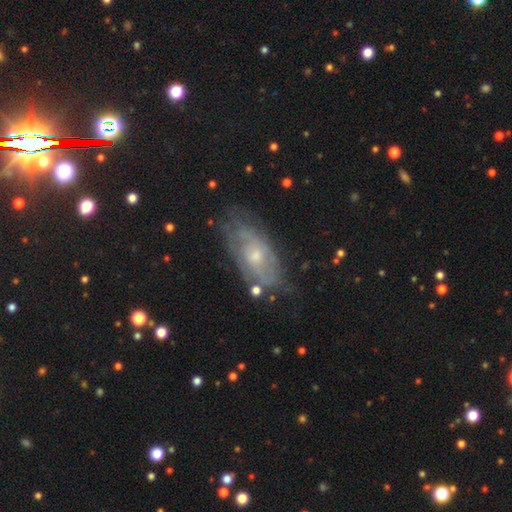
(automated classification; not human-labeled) Q: Smooth or featured?
A: featured or disk (69%); runner-up: smooth (24%)
Q: Edge-on disk?
A: no (90%); runner-up: yes (10%)
Q: Bar?
A: no (75%); runner-up: weak (22%)
Q: Spiral arms?
A: yes (75%); runner-up: no (25%)
Q: Bulge size?
A: small (54%); runner-up: moderate (41%)
Q: Merging?
A: none (66%); runner-up: minor disturbance (23%)